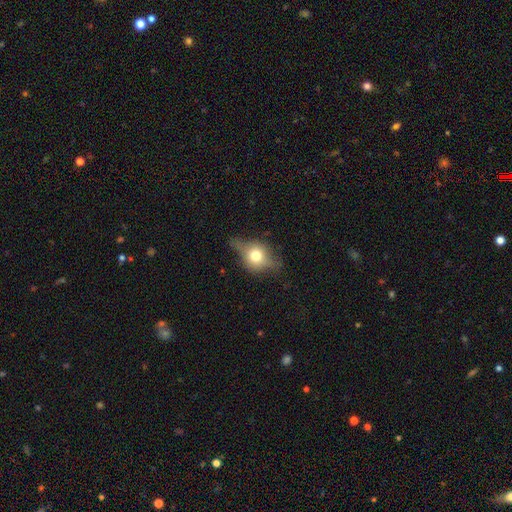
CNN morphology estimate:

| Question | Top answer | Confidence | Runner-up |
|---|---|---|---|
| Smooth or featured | smooth | 54% | featured or disk (36%) |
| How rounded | in between | 49% | round (47%) |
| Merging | none | 51% | minor disturbance (30%) |